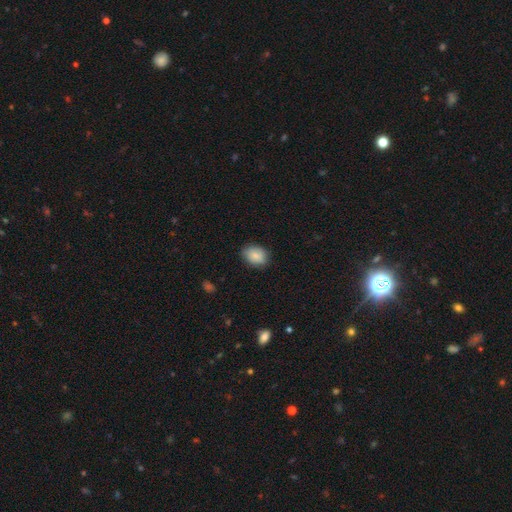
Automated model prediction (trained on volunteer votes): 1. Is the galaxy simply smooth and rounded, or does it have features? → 87% smooth, 7% star or artifact, 6% featured or disk.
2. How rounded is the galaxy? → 69% in between, 30% round, 1% cigar-shaped.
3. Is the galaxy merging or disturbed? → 81% none, 15% minor disturbance, 3% major disturbance, 1% merger.